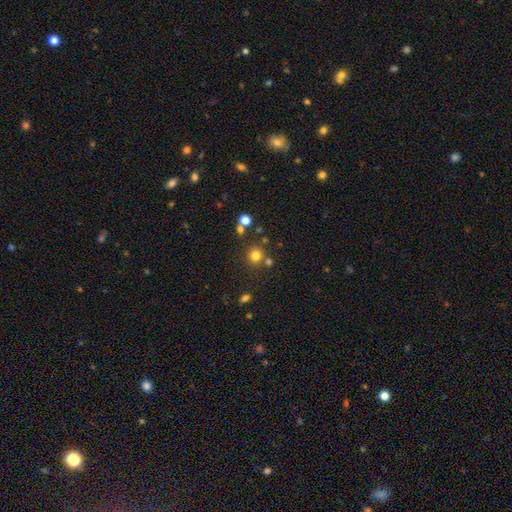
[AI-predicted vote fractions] A smooth galaxy with no disk features (77%) that is round (90%). Merging: none (76%).